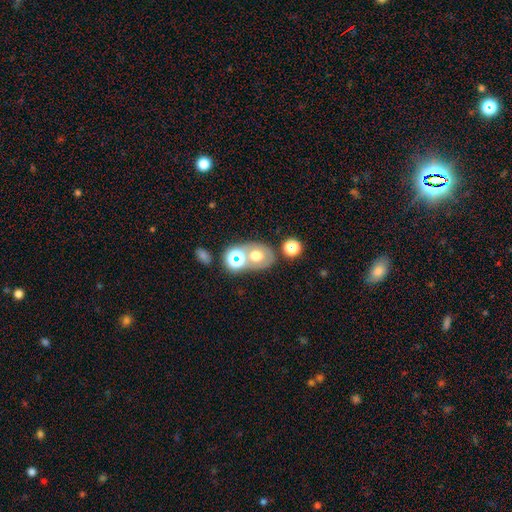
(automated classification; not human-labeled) Smooth or featured? Predicted: smooth (p=0.53). How rounded? Predicted: in between (p=0.57). Merging? Predicted: none (p=0.52).